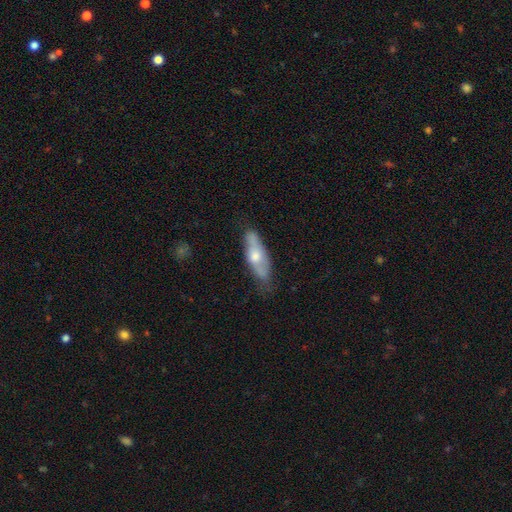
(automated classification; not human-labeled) This appears to be a smooth galaxy with no disk features (49%). Merging: none (69%).